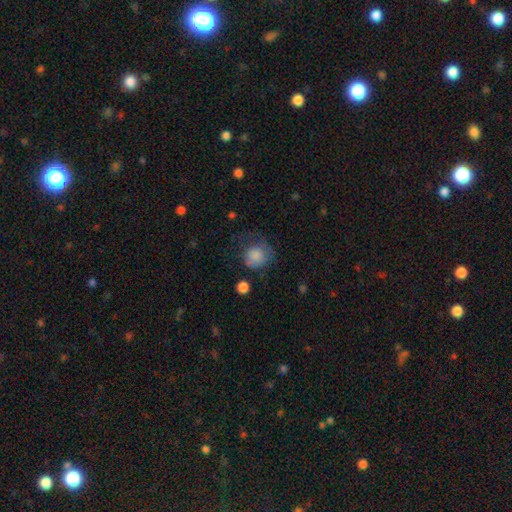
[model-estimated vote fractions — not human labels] This is clearly a smooth galaxy (80%). How rounded: likely round (78%). Merging: marginally none (45%).